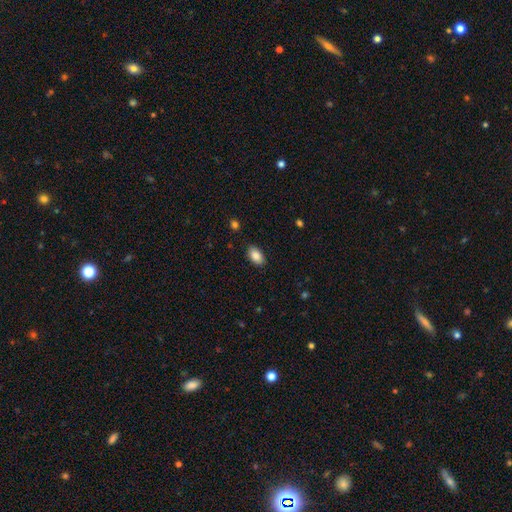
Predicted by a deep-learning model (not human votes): Morphology: type=smooth (86%); roundness=in between (92%); merging=none (88%).